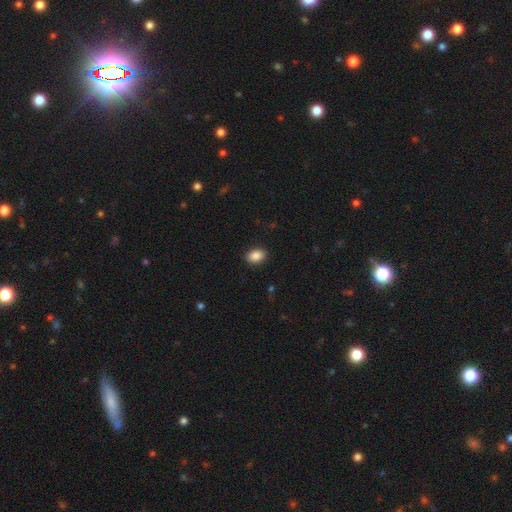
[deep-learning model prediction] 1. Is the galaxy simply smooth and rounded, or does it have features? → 88% smooth, 8% star or artifact, 4% featured or disk.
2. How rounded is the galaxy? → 75% in between, 24% round, 1% cigar-shaped.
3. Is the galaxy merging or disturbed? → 90% none, 7% minor disturbance, 2% major disturbance, 1% merger.